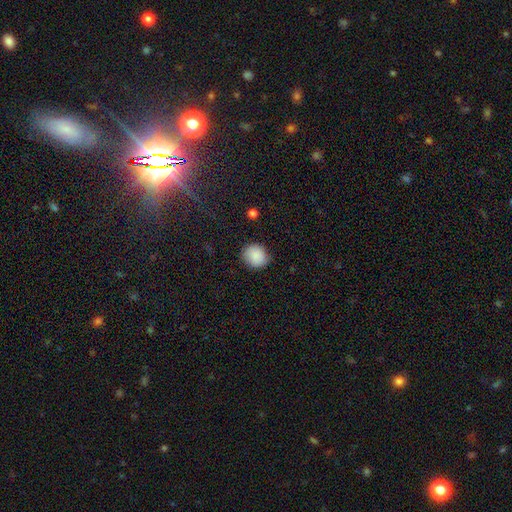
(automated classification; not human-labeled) smooth 88%, star or artifact 8%, featured or disk 4%. Down the decision tree: how rounded — round (83%); merging — none (81%).